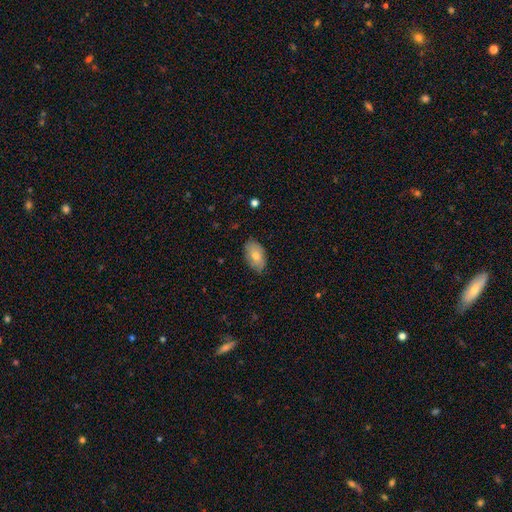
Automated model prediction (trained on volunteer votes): Smooth or featured?
  - smooth: 66% *
  - featured or disk: 26%
  - star or artifact: 8%
How rounded?
  - in between: 92% *
  - round: 5%
  - cigar-shaped: 2%
Merging?
  - none: 80% *
  - minor disturbance: 17%
  - major disturbance: 3%
  - merger: 1%